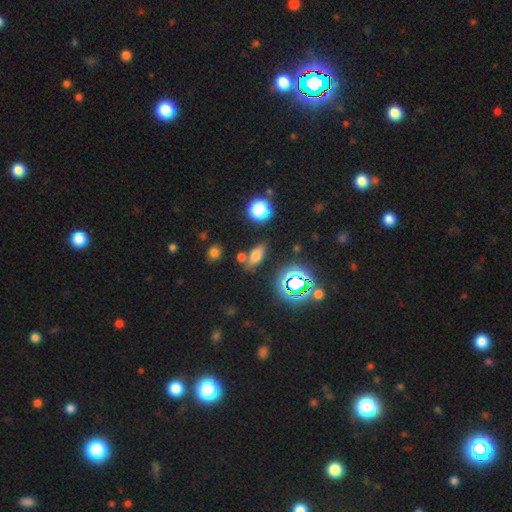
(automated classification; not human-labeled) smooth-or-featured: smooth: 63% | star or artifact: 23% | featured or disk: 15%
  how-rounded: in between: 70% | cigar-shaped: 19% | round: 11%
  merging: none: 71% | minor disturbance: 13% | merger: 11% | major disturbance: 5%